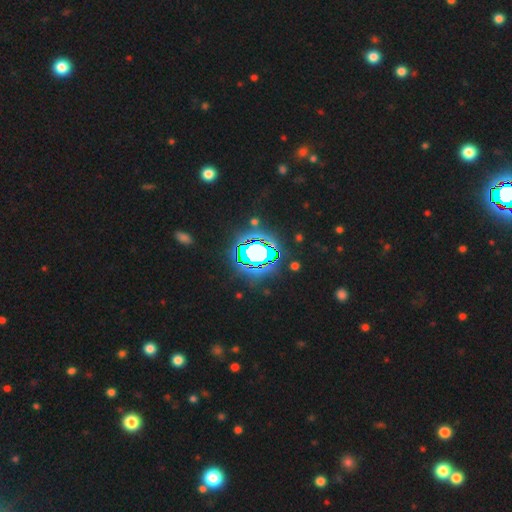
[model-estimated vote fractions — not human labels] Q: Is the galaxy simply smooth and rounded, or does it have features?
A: star or artifact — 71%.